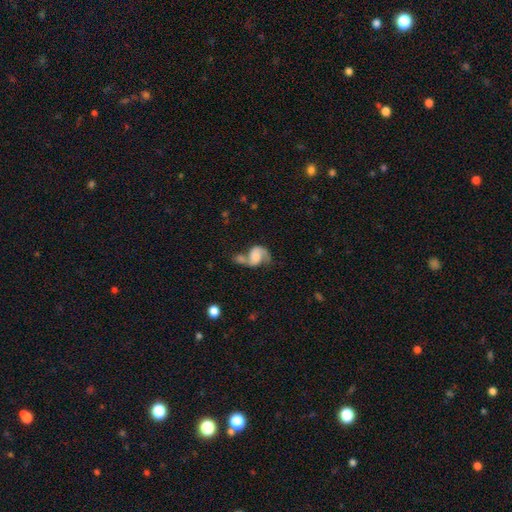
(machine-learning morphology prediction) Smooth or featured: featured or disk — 65% (smooth — 27%)
Edge-on disk: no — 98% (yes — 2%)
Bar: no — 63% (weak — 28%)
Spiral arms: yes — 89% (no — 11%)
Spiral winding: loose — 52% (medium — 37%)
Spiral arm count: 2 — 76% (1 — 17%)
Bulge size: none — 38% (small — 19%)
Merging: merger — 45% (none — 23%)